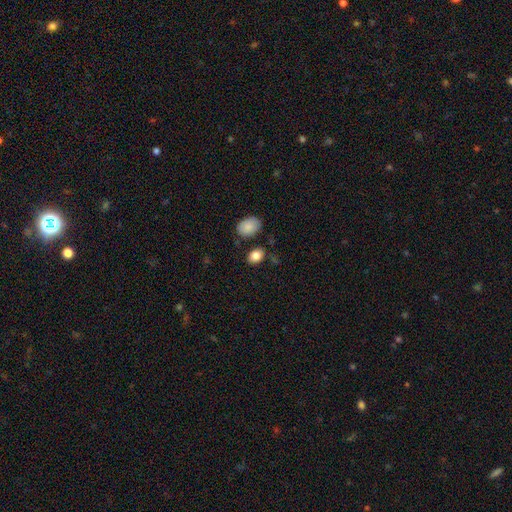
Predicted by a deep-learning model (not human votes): Morphology: type=smooth (85%); roundness=in between (77%); merging=none (78%).